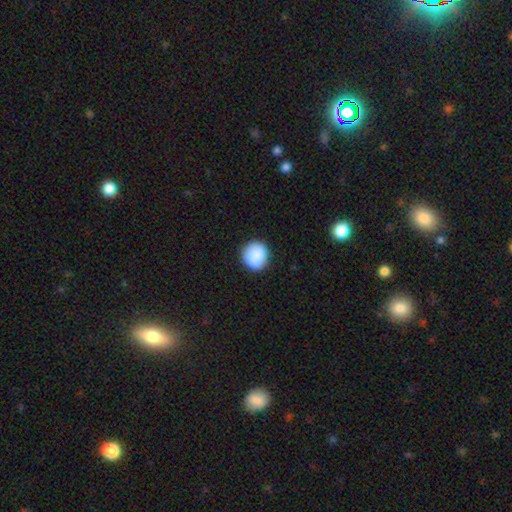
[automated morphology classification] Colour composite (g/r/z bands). It shows a smooth galaxy with no disk features (87%) that is round (86%). Merging: none (86%).